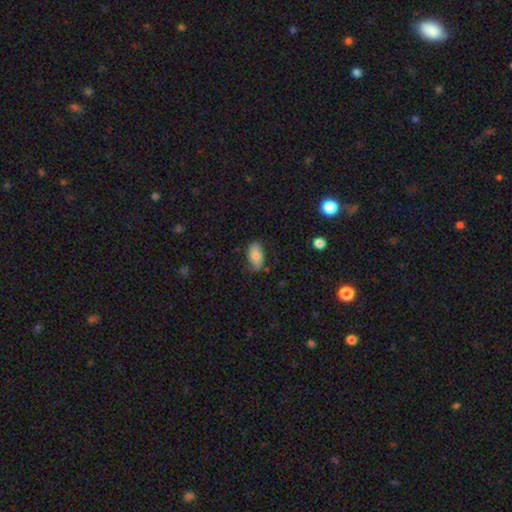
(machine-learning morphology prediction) Smooth or featured: smooth — 74% (featured or disk — 19%)
How rounded: in between — 92% (round — 4%)
Merging: none — 68% (minor disturbance — 25%)